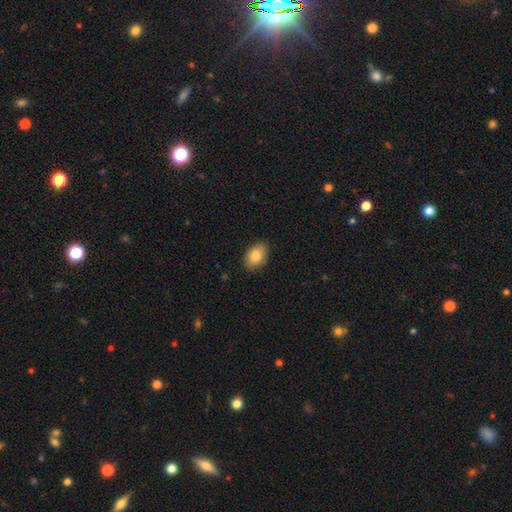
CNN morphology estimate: A smooth galaxy with no disk features (83%) that is in between round and cigar-shaped (85%). Merging: none (87%).